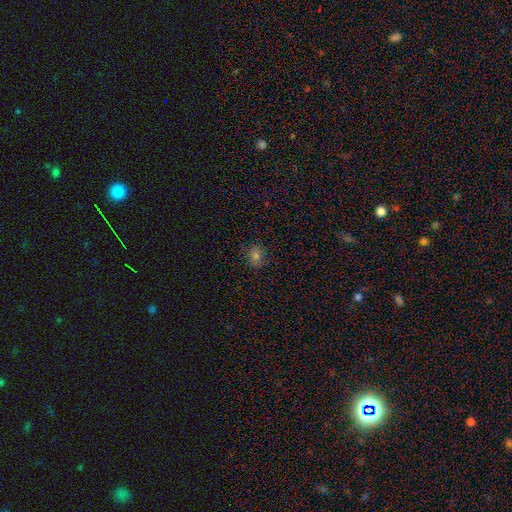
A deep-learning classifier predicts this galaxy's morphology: A smooth galaxy with no disk features (69%) that is round (71%).

Vote fractions:
- Smooth or featured? smooth: 69% / star or artifact: 19% / featured or disk: 12%
- How rounded? round: 71% / in between: 28% / cigar-shaped: 1%
- Merging? none: 81% / minor disturbance: 14% / major disturbance: 4% / merger: 1%